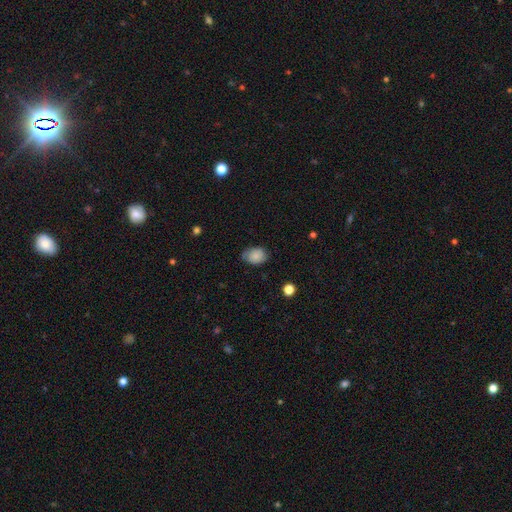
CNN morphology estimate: This is likely a smooth galaxy (79%). How rounded: likely in between (73%). Merging: likely none (68%).